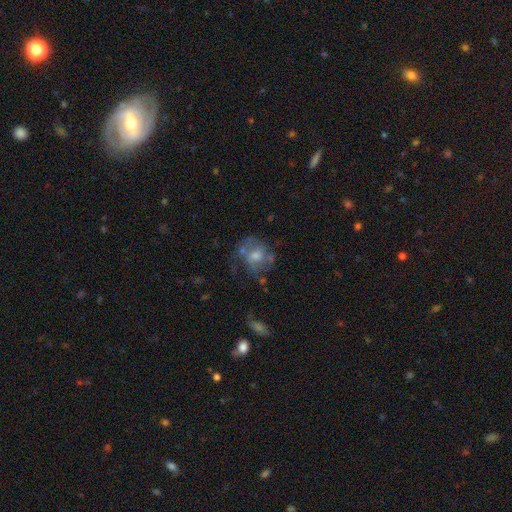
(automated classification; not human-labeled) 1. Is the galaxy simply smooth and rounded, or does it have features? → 55% featured or disk, 32% smooth, 12% star or artifact.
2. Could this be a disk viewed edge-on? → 97% no, 3% yes.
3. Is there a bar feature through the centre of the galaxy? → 71% no, 25% weak, 4% strong.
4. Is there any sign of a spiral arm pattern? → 51% yes, 49% no.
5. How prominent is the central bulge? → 55% moderate, 30% small, 7% none, 7% large, 1% dominant.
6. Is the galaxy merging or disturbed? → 50% none, 22% minor disturbance, 21% major disturbance, 7% merger.